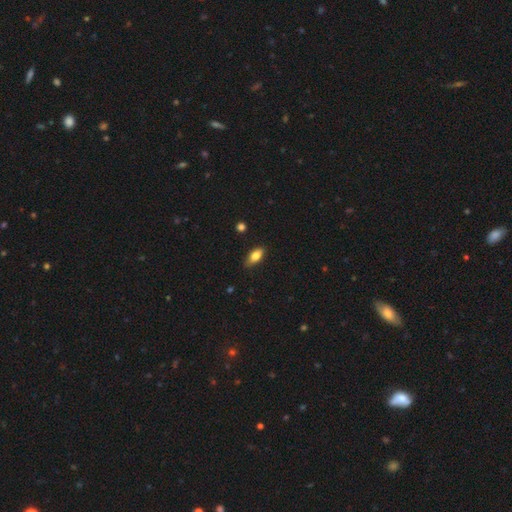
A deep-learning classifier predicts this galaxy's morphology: type=smooth (78%); roundness=in between (84%); merging=none (81%).